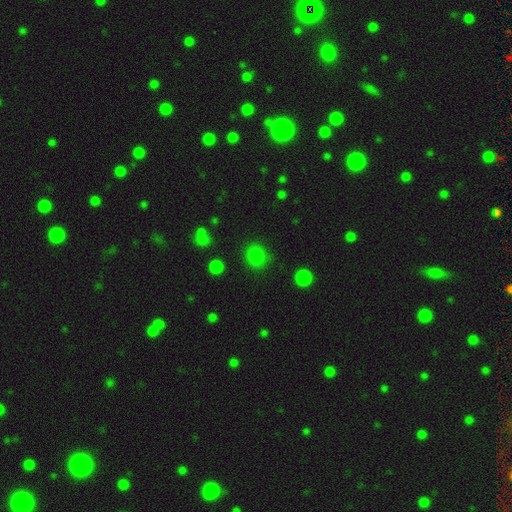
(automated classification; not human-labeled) Morphology: type=smooth (82%); roundness=round (88%); merging=none (85%).